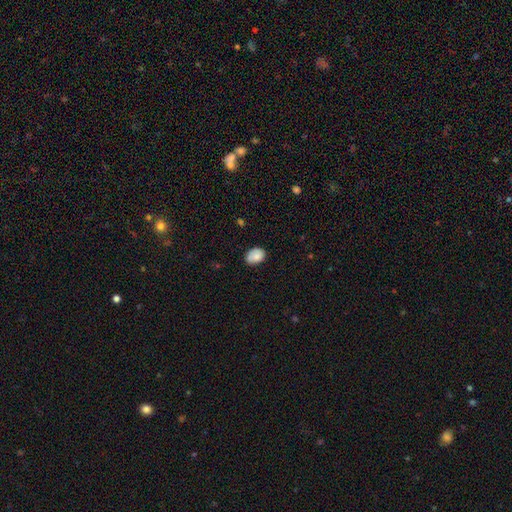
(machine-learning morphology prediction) Smooth or featured? smooth (82%)
How rounded? in between (74%)
Merging? none (68%)